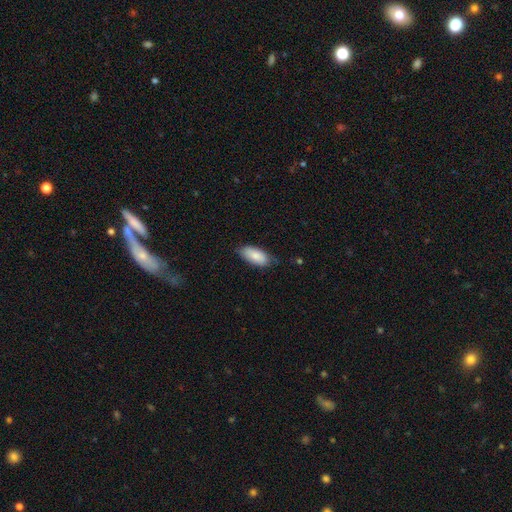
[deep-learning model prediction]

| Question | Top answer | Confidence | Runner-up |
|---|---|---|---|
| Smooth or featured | smooth | 85% | featured or disk (9%) |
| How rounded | in between | 90% | cigar-shaped (8%) |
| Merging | none | 72% | minor disturbance (23%) |